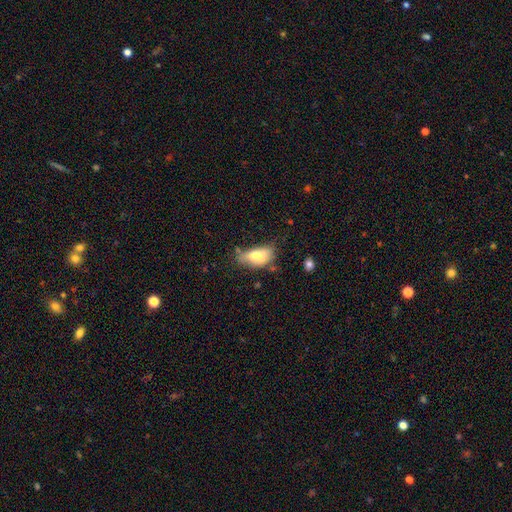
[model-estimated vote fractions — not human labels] smooth-or-featured: smooth: 73% | featured or disk: 19% | star or artifact: 8%
  how-rounded: in between: 88% | cigar-shaped: 8% | round: 4%
  merging: none: 45% | minor disturbance: 34% | major disturbance: 13% | merger: 7%